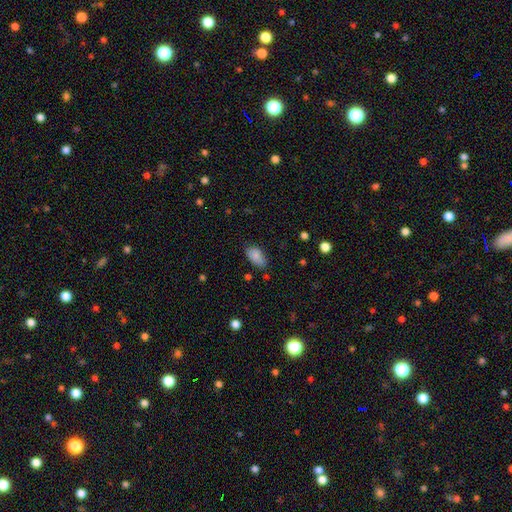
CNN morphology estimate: smooth 85%, star or artifact 8%, featured or disk 7%. Down the decision tree: how rounded — in between (94%); merging — none (75%).